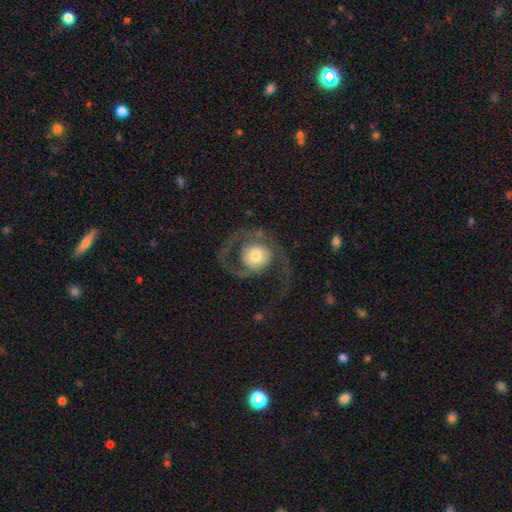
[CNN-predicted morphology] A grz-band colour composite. It shows a featured or disk galaxy (70%) with no bar (78%), 2 (55%) loose (41%) spiral arms (82%) and a moderate central bulge (53%). Merging: major disturbance (45%).